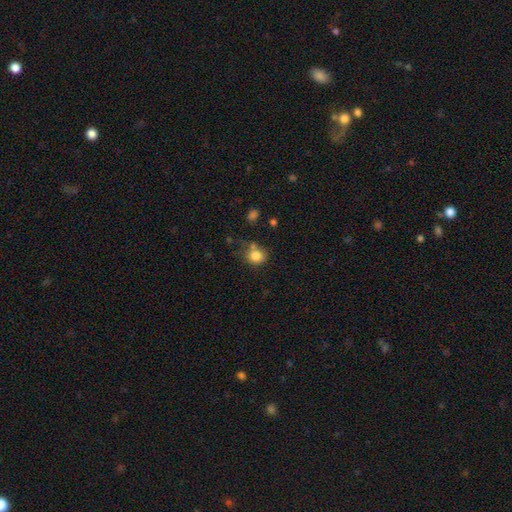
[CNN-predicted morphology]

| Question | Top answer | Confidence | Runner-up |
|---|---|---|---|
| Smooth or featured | smooth | 82% | star or artifact (11%) |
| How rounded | round | 75% | in between (24%) |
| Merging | none | 59% | minor disturbance (20%) |